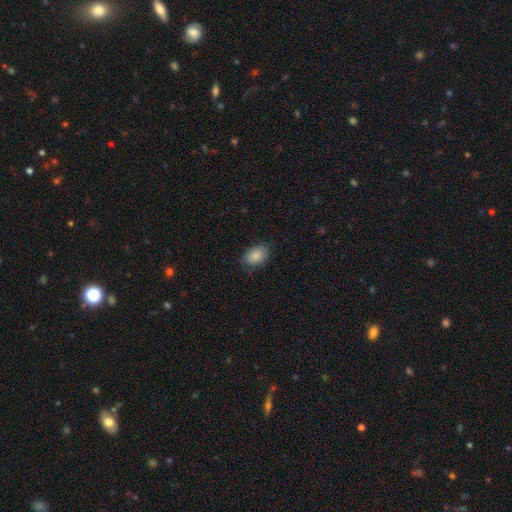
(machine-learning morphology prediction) type=smooth (86%); roundness=in between (80%); merging=none (77%).